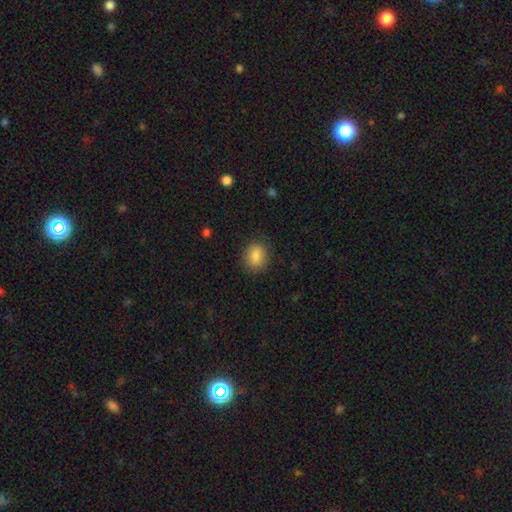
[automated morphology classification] Smooth or featured? smooth (87%)
How rounded? in between (50%)
Merging? none (86%)